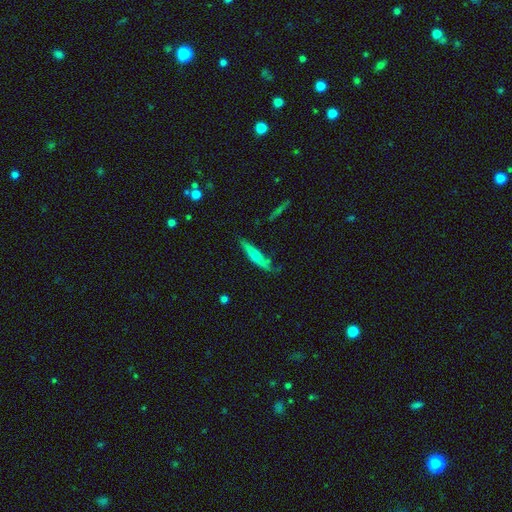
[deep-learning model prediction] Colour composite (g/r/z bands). It shows a smooth galaxy with no disk features (47%, tied with featured or disk). Merging: none (67%).